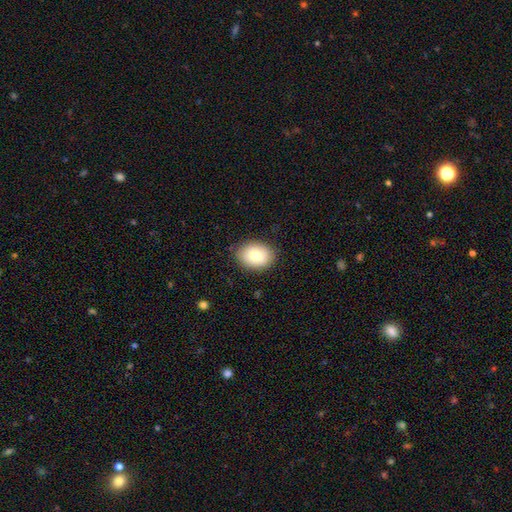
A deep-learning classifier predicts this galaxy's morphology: Smooth or featured? smooth (79%)
How rounded? in between (70%)
Merging? none (85%)